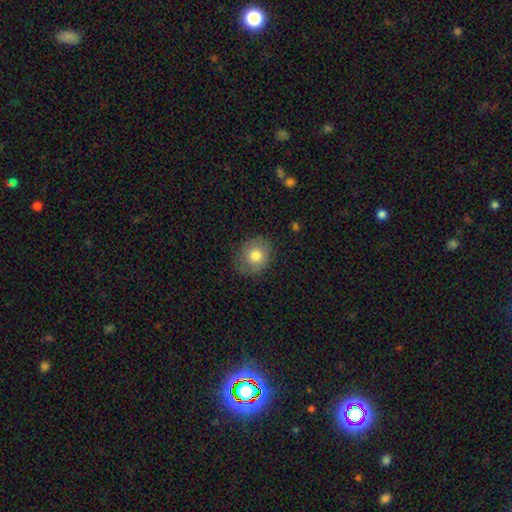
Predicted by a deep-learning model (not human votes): This appears to be a smooth galaxy with no disk features (77%) that is round (70%). Merging: none (79%).